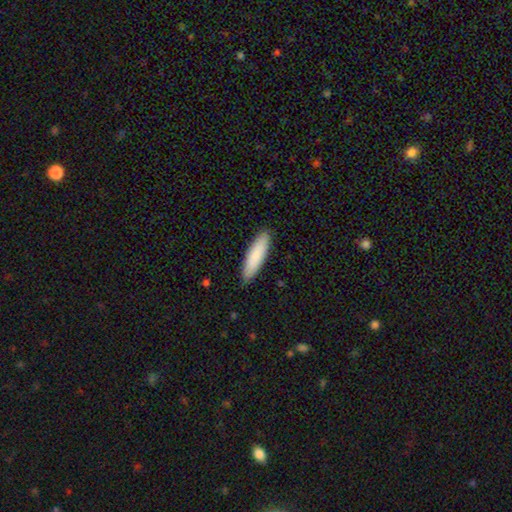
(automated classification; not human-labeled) smooth_or_featured: smooth (p=0.86) [alt: featured or disk p=0.09]
how_rounded: cigar-shaped (p=0.67) [alt: in between p=0.32]
merging: none (p=0.89) [alt: minor disturbance p=0.09]